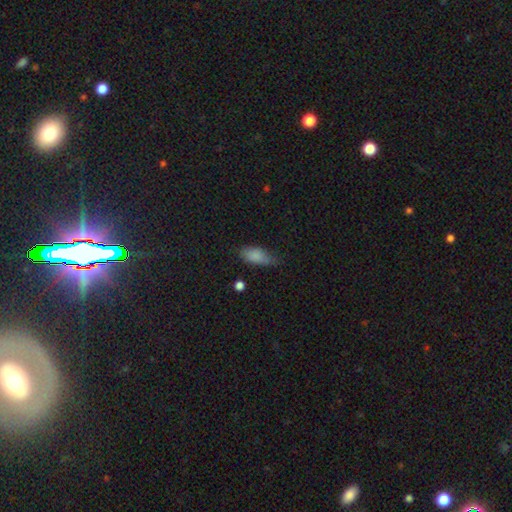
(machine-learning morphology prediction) This appears to be a smooth galaxy with no disk features (84%) that is in between round and cigar-shaped (85%). Merging: none (57%).